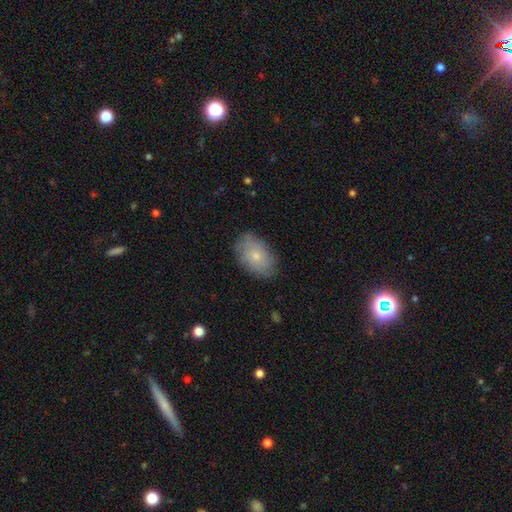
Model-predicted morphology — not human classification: type=smooth (69%); roundness=in between (88%); merging=none (80%).